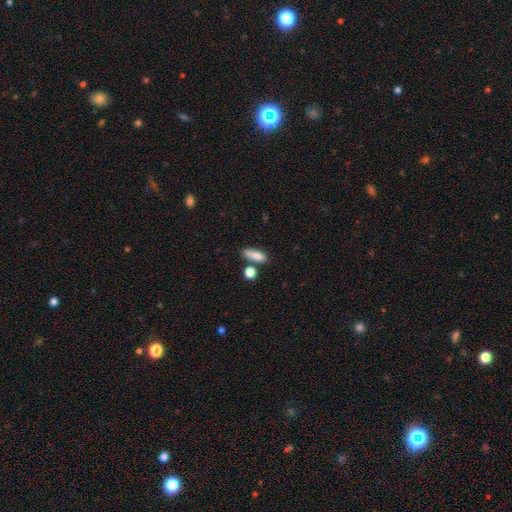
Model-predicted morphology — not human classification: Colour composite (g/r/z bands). It shows a smooth galaxy with no disk features (82%) that is in between round and cigar-shaped (62%). Merging: none (60%).